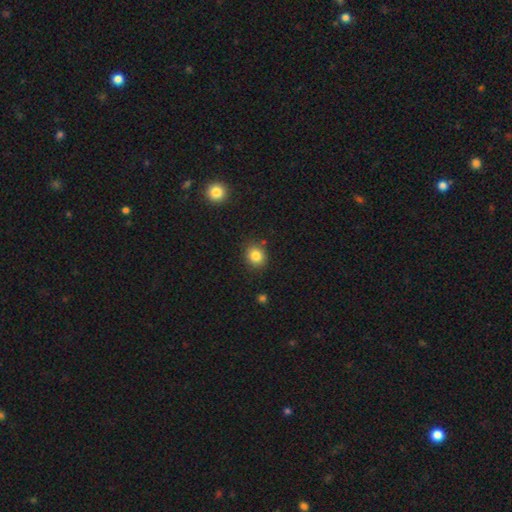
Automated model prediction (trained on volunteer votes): Smooth or featured? smooth (84%)
How rounded? round (76%)
Merging? none (85%)